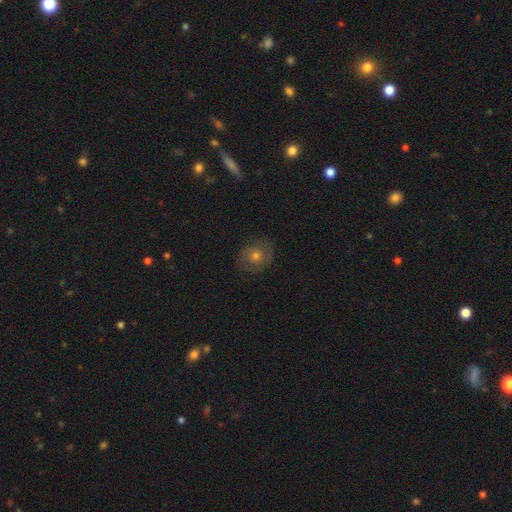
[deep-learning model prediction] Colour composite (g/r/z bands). It shows a smooth galaxy with no disk features (51%) that is round (78%). Merging: none (80%).